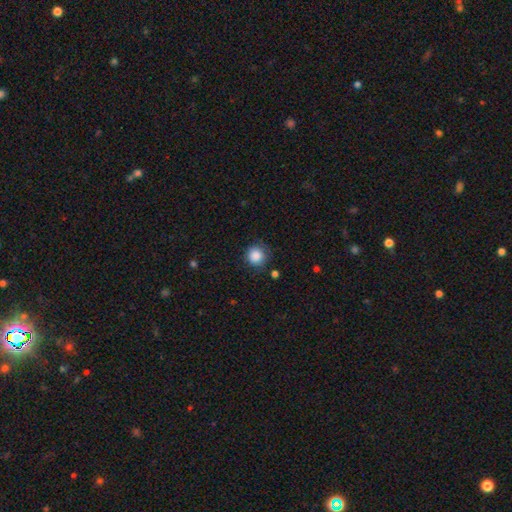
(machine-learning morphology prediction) This is clearly a smooth galaxy (87%). How rounded: clearly round (93%). Merging: likely none (79%).